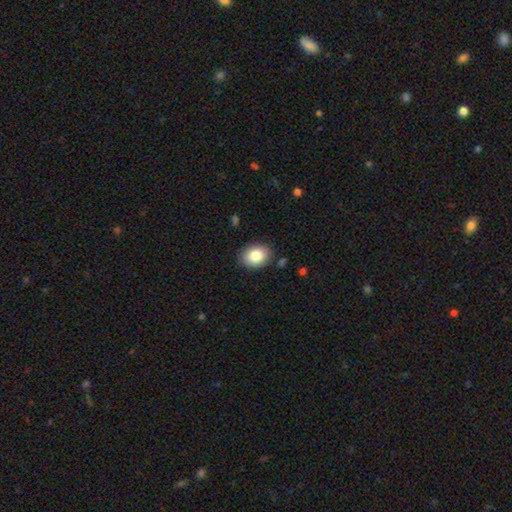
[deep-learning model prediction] smooth_or_featured: smooth (p=0.85) [alt: star or artifact p=0.07]
how_rounded: in between (p=0.71) [alt: round p=0.29]
merging: none (p=0.86) [alt: minor disturbance p=0.10]